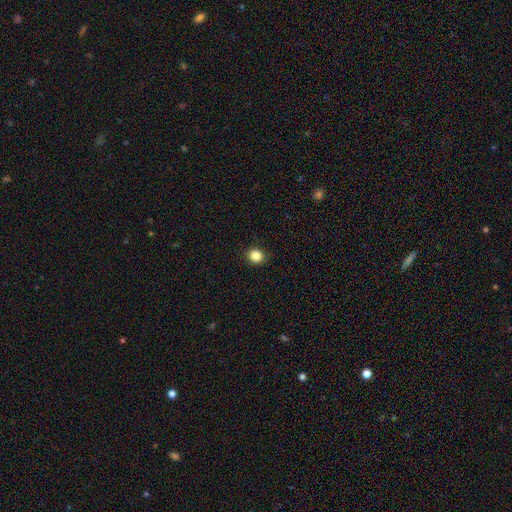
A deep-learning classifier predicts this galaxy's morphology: Smooth or featured?
  - smooth: 86% *
  - star or artifact: 11%
  - featured or disk: 3%
How rounded?
  - round: 87% *
  - in between: 13%
  - cigar-shaped: 1%
Merging?
  - none: 91% *
  - minor disturbance: 6%
  - major disturbance: 2%
  - merger: 1%